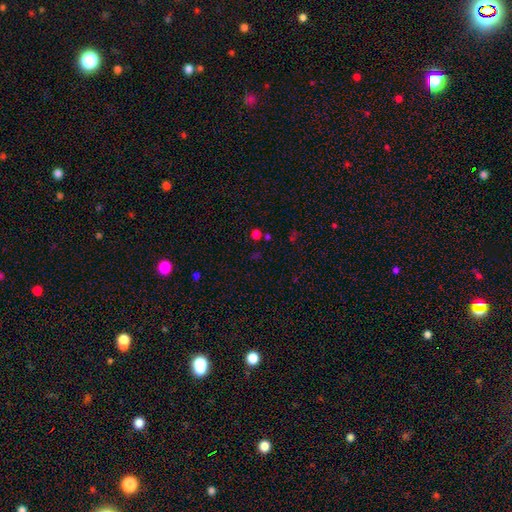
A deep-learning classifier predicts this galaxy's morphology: Q: Smooth or featured?
A: smooth (49%); runner-up: star or artifact (45%)
Q: Merging?
A: none (73%); runner-up: merger (11%)